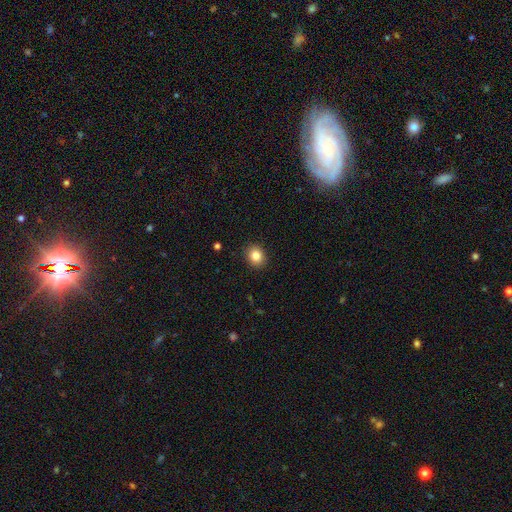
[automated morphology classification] A smooth galaxy with no disk features (85%) that is round (63%).

Vote fractions:
- Smooth or featured? smooth: 85% / star or artifact: 10% / featured or disk: 5%
- How rounded? round: 63% / in between: 36% / cigar-shaped: 1%
- Merging? none: 90% / minor disturbance: 7% / major disturbance: 2% / merger: 1%